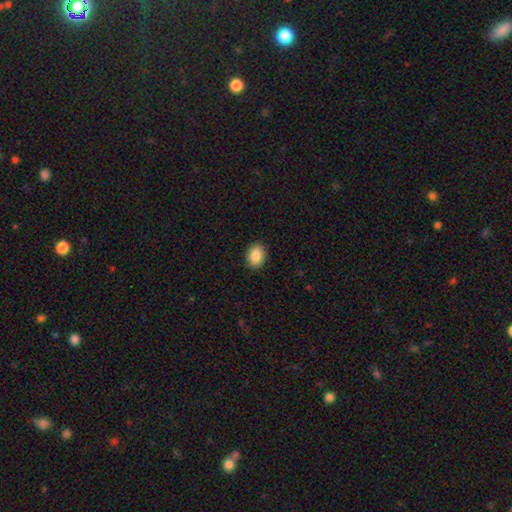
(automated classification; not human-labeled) The model was most divided on "how rounded": in between: 66%, round: 33%, cigar-shaped: 1%. More confident: merging — none (90%); smooth or featured — smooth (88%).